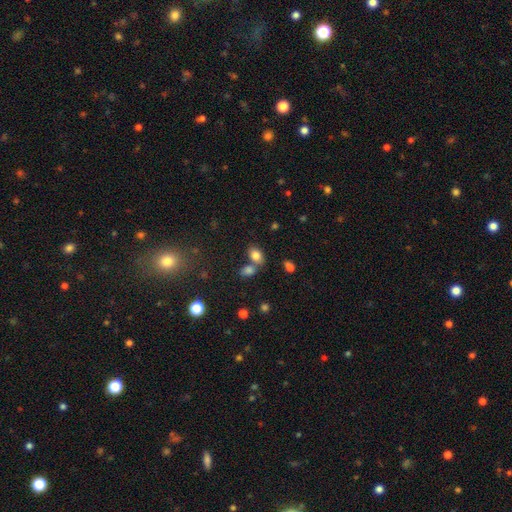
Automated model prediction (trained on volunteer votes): smooth_or_featured: smooth (p=0.81) [alt: star or artifact p=0.11]
how_rounded: in between (p=0.83) [alt: round p=0.15]
merging: none (p=0.55) [alt: merger p=0.29]